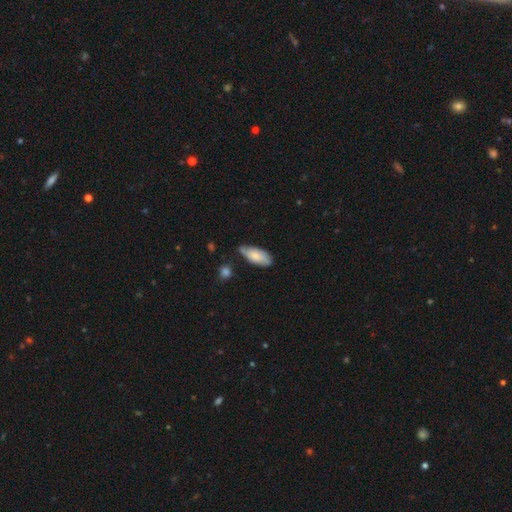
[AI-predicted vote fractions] A smooth galaxy with no disk features (73%) that is in between round and cigar-shaped (85%).

Vote fractions:
- Smooth or featured? smooth: 73% / featured or disk: 21% / star or artifact: 6%
- How rounded? in between: 85% / cigar-shaped: 13% / round: 2%
- Merging? none: 59% / minor disturbance: 32% / major disturbance: 6% / merger: 4%